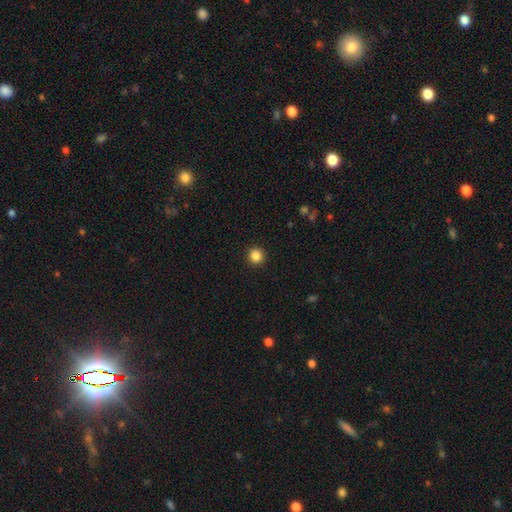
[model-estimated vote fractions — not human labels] A smooth galaxy with no disk features (85%) that is round (94%).

Vote fractions:
- Smooth or featured? smooth: 85% / star or artifact: 11% / featured or disk: 4%
- How rounded? round: 94% / in between: 5% / cigar-shaped: 1%
- Merging? none: 93% / minor disturbance: 4% / major disturbance: 2% / merger: 1%